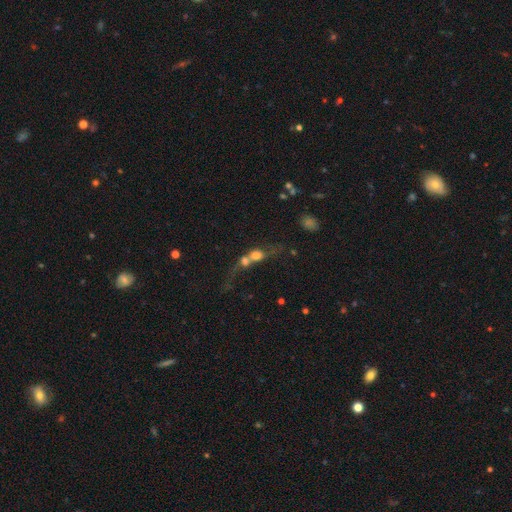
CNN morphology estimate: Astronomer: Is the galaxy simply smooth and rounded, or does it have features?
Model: smooth — 59%.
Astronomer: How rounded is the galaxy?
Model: round — 57% (runner-up: in between, 36%).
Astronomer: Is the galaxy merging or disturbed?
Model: merger — 76%.